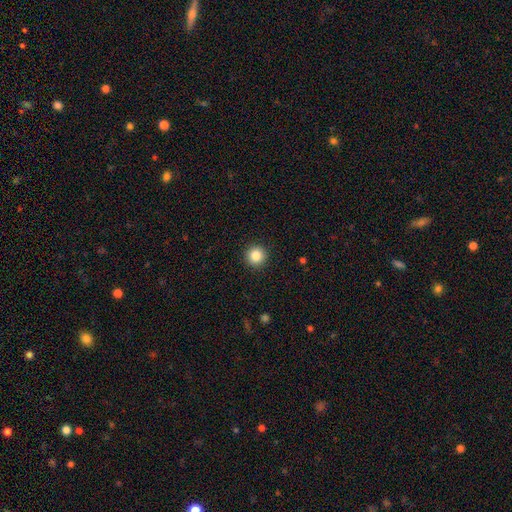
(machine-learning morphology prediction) Overall: smooth (84%). How rounded: round (95%). Merging: none (93%).